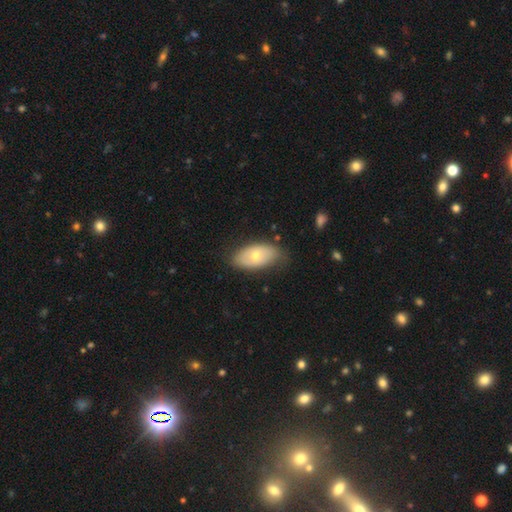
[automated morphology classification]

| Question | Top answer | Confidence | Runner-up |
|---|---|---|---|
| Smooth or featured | smooth | 62% | featured or disk (32%) |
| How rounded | in between | 92% | round (5%) |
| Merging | none | 72% | minor disturbance (21%) |